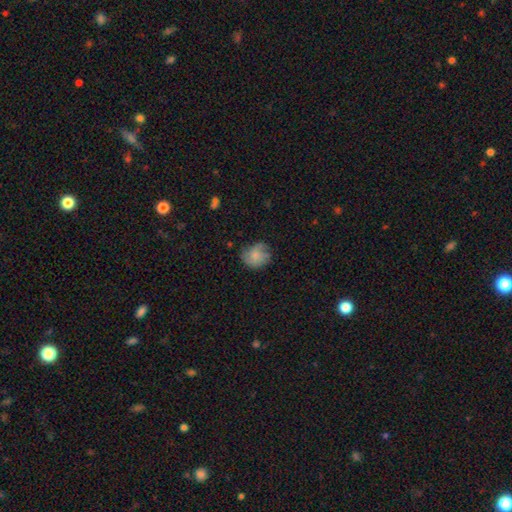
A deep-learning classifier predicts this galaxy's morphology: smooth 67%, featured or disk 25%, star or artifact 8%. Down the decision tree: how rounded — round (70%); merging — none (62%).